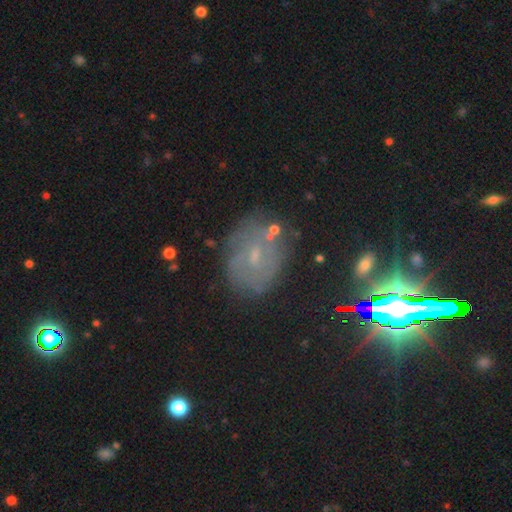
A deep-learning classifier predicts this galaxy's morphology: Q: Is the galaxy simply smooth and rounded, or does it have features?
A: featured or disk — 44%.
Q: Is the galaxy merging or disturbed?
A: none — 72%.